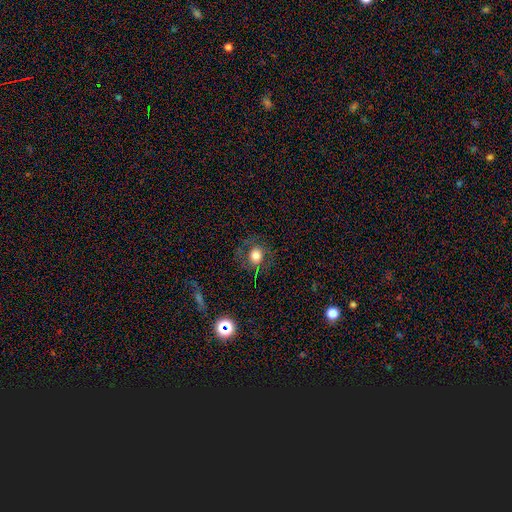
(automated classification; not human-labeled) Smooth or featured? smooth (68%)
How rounded? round (79%)
Merging? none (76%)